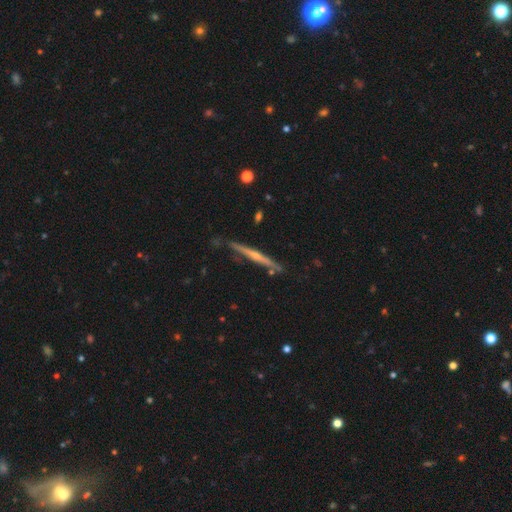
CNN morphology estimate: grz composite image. It shows a featured or disk galaxy (71%) viewed edge-on (97%) with a rounded central bulge (66%). Merging: none (82%).